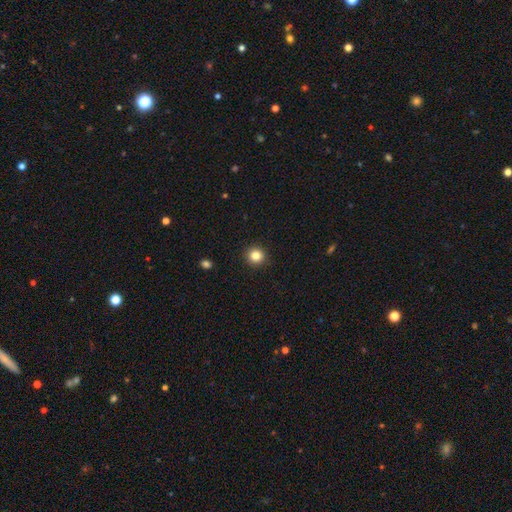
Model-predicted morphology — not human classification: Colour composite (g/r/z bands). It shows a smooth galaxy with no disk features (84%) that is round (93%). Merging: none (93%).